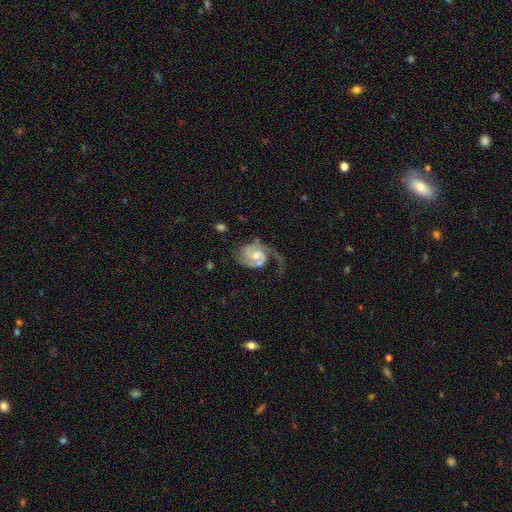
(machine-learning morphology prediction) This is clearly a featured or disk galaxy (85%). It is clearly not viewed edge-on (98%). Bar: possibly no (57%). Spiral arm pattern: clearly yes (96%). Spiral arm count: likely 2 (66%). Spiral winding: marginally medium (45%). Central bulge: likely moderate (61%). Merging: marginally none (42%).